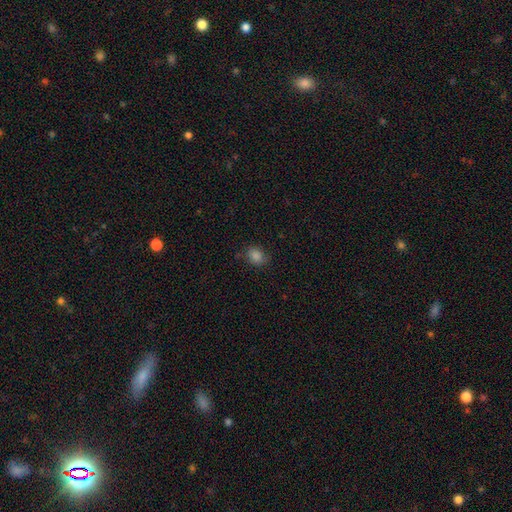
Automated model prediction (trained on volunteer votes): Smooth or featured?
  - smooth: 83% *
  - star or artifact: 12%
  - featured or disk: 5%
How rounded?
  - in between: 52% *
  - round: 46%
  - cigar-shaped: 1%
Merging?
  - none: 79% *
  - minor disturbance: 16%
  - major disturbance: 4%
  - merger: 1%